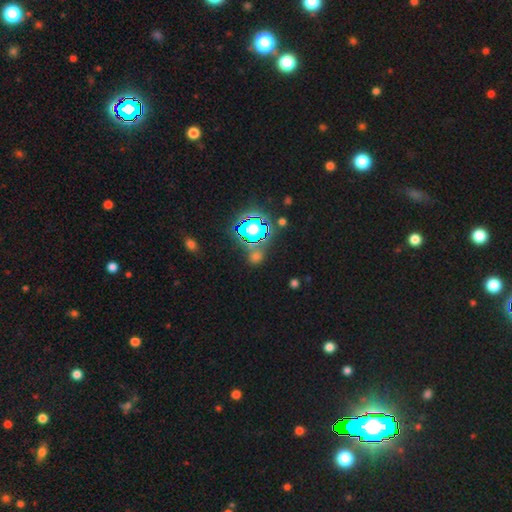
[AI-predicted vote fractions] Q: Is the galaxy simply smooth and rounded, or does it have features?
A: star or artifact — 51%.